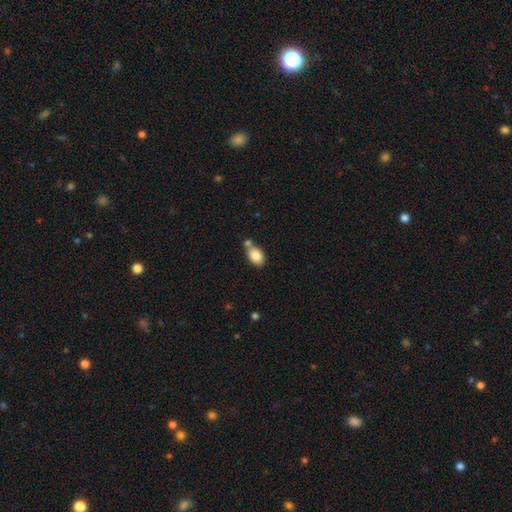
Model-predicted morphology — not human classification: type=smooth (83%); roundness=in between (82%); merging=none (51%).